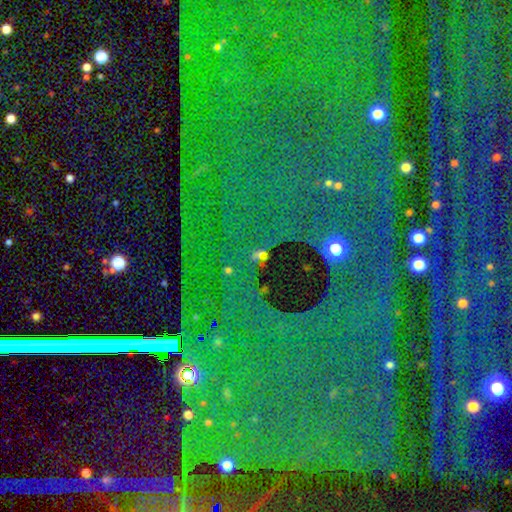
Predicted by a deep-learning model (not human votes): This appears to be a star or artifact, not a galaxy (78%).